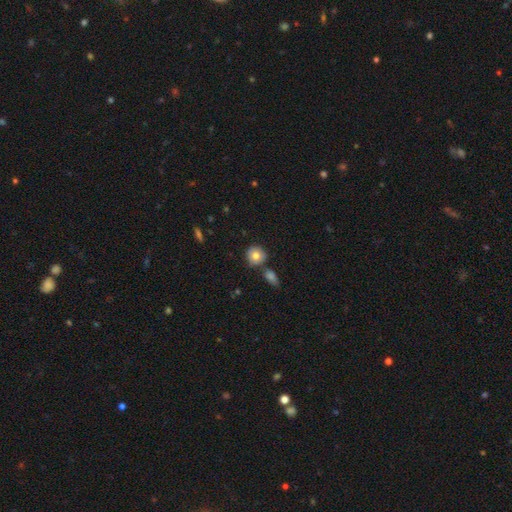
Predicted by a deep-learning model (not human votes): This is likely a smooth galaxy (78%). How rounded: clearly round (87%). Merging: likely none (73%).